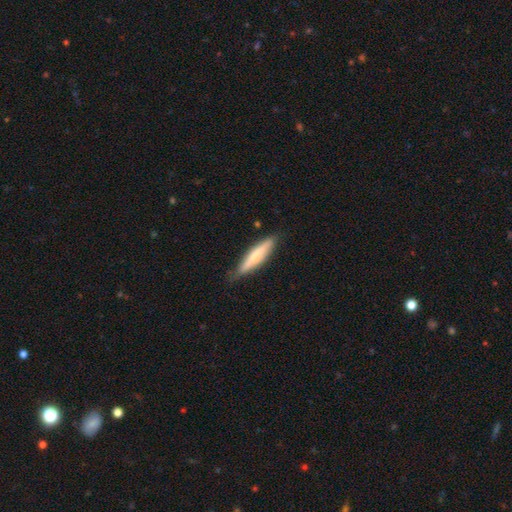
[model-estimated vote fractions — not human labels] Morphology: type=smooth (66%); roundness=cigar-shaped (82%); merging=none (79%).